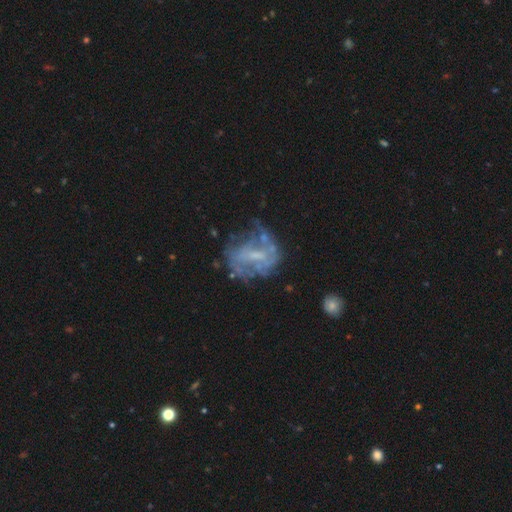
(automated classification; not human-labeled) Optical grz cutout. It shows a featured or disk galaxy (71%) with a weak bar (46%), spiral arms (52%) and a small central bulge (40%). Merging: none (48%).